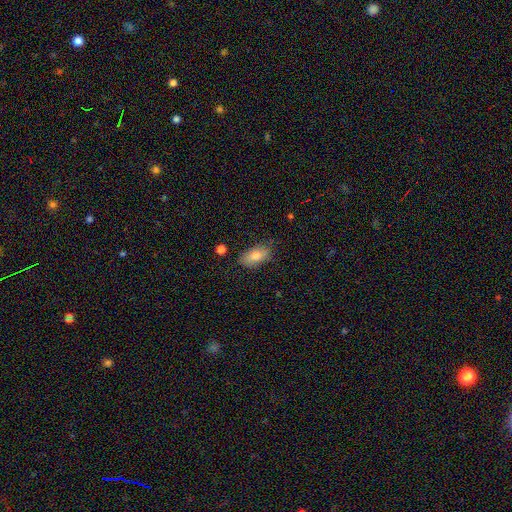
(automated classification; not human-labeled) A smooth galaxy with no disk features (77%) that is in between round and cigar-shaped (90%).

Vote fractions:
- Smooth or featured? smooth: 77% / featured or disk: 15% / star or artifact: 8%
- How rounded? in between: 90% / cigar-shaped: 5% / round: 5%
- Merging? none: 81% / minor disturbance: 14% / major disturbance: 3% / merger: 2%